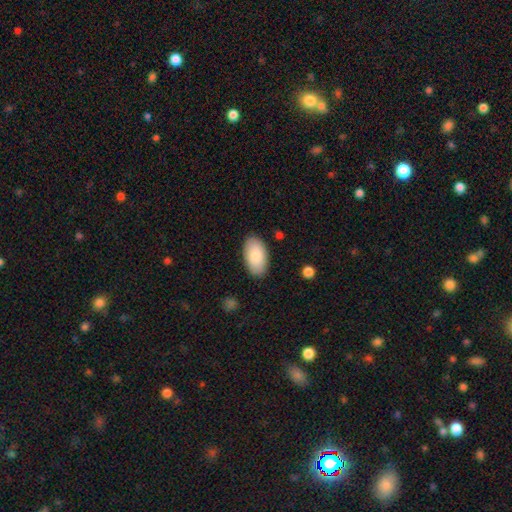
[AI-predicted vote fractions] smooth-or-featured: smooth: 85% | featured or disk: 9% | star or artifact: 6%
  how-rounded: in between: 96% | round: 3% | cigar-shaped: 2%
  merging: none: 86% | minor disturbance: 10% | major disturbance: 2% | merger: 1%